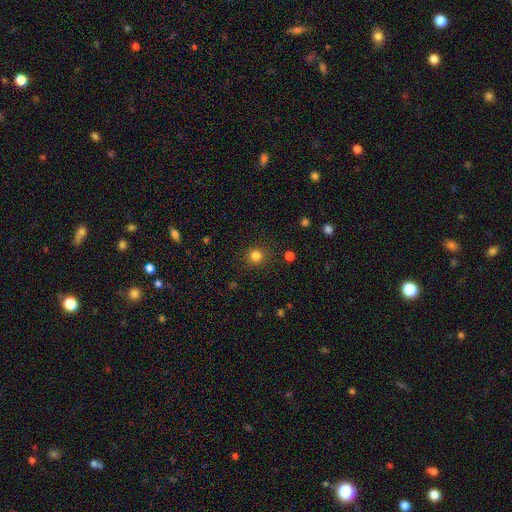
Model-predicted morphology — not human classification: A smooth galaxy with no disk features (82%) that is round (92%).

Vote fractions:
- Smooth or featured? smooth: 82% / star or artifact: 14% / featured or disk: 4%
- How rounded? round: 92% / in between: 7% / cigar-shaped: 1%
- Merging? none: 90% / minor disturbance: 6% / major disturbance: 2% / merger: 1%